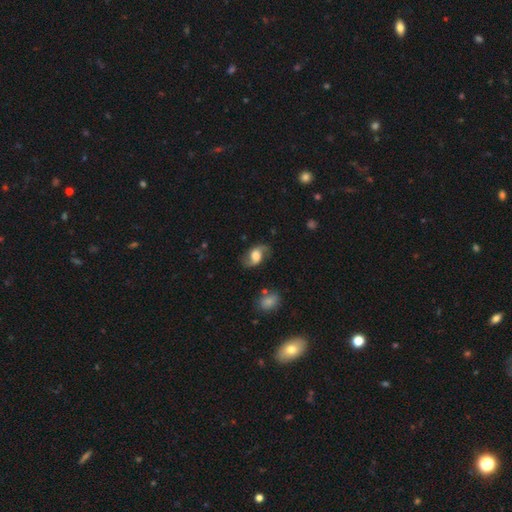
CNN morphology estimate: A featured or disk galaxy (68%) with no bar (51%), 2 (92%) loose (62%) spiral arms (91%) and a large central bulge (47%).

Vote fractions:
- Smooth or featured? featured or disk: 68% / smooth: 24% / star or artifact: 8%
- Edge-on disk? no: 96% / yes: 4%
- Bar? no: 51% / weak: 39% / strong: 11%
- Spiral arms? yes: 91% / no: 9%
- Spiral winding? loose: 62% / medium: 31% / tight: 8%
- Spiral arm count? 2: 92% / can't tell: 3% / 1: 2% / 3: 1% / 4: 1% / more than 4: 1%
- Bulge size? large: 47% / moderate: 29% / small: 9% / dominant: 9% / none: 7%
- Merging? none: 74% / minor disturbance: 17% / major disturbance: 7% / merger: 2%